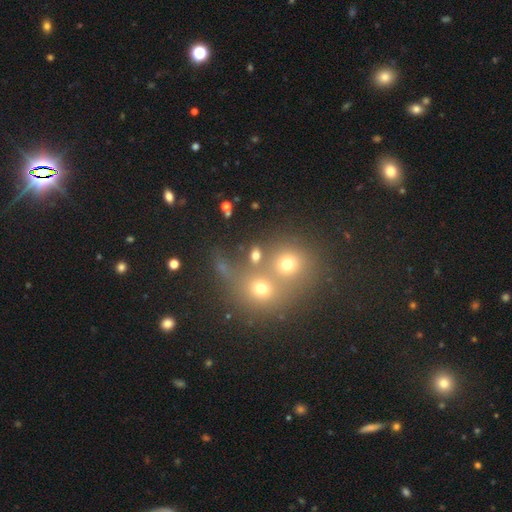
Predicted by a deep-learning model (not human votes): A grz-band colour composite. It shows a smooth galaxy with no disk features (68%) that is round (64%). Merging: none (46%).